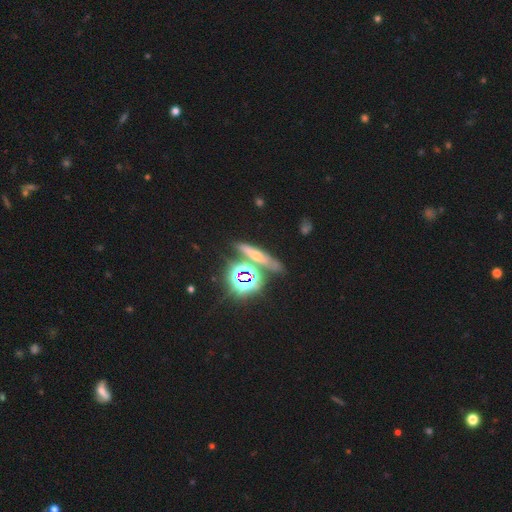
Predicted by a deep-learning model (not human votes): A star or artifact, not a galaxy (44%).